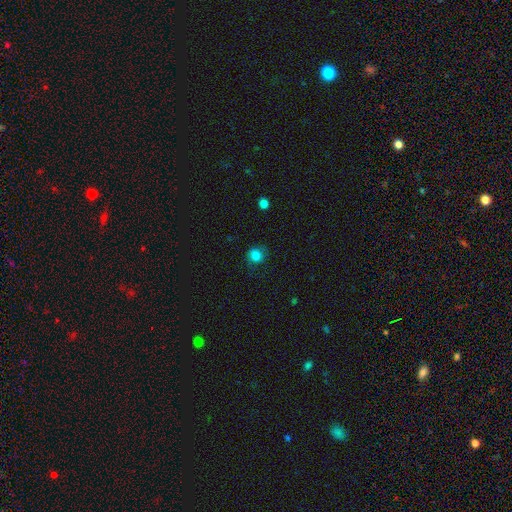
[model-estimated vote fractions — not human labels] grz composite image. It shows a smooth galaxy with no disk features (78%) that is round (84%). Merging: none (73%).